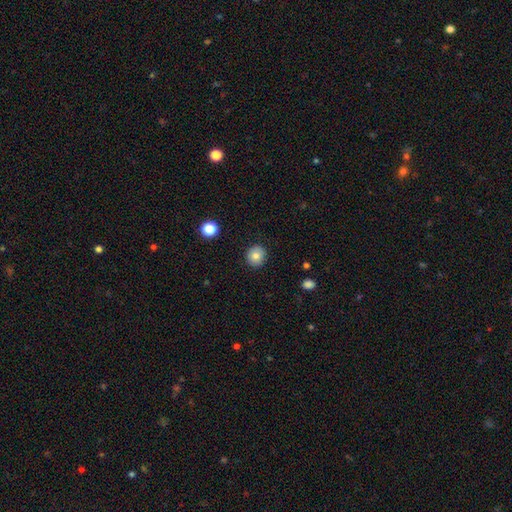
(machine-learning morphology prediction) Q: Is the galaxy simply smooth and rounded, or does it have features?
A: smooth — 81%.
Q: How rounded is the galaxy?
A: round — 89%.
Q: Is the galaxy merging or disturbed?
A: none — 90%.